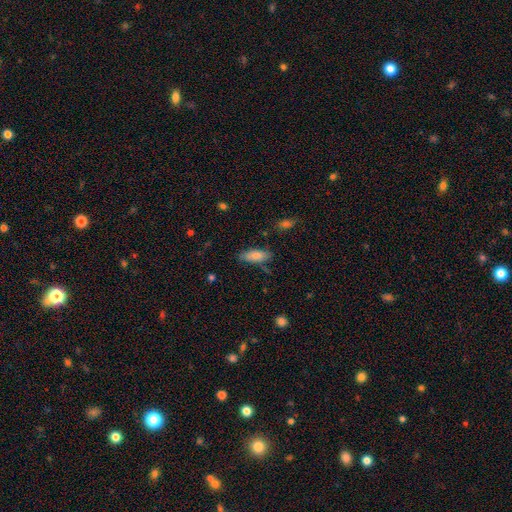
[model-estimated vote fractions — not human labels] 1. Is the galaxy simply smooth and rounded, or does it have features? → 80% smooth, 13% featured or disk, 7% star or artifact.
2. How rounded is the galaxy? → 73% in between, 25% cigar-shaped, 2% round.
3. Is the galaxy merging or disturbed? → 71% none, 20% minor disturbance, 5% major disturbance, 4% merger.